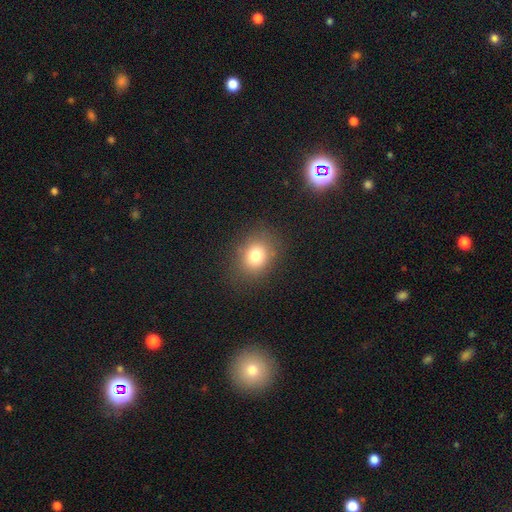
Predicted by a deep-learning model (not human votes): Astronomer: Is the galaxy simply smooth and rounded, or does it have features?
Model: smooth — 77%.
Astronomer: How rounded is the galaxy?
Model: round — 60% (runner-up: in between, 39%).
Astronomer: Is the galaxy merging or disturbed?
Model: none — 83%.